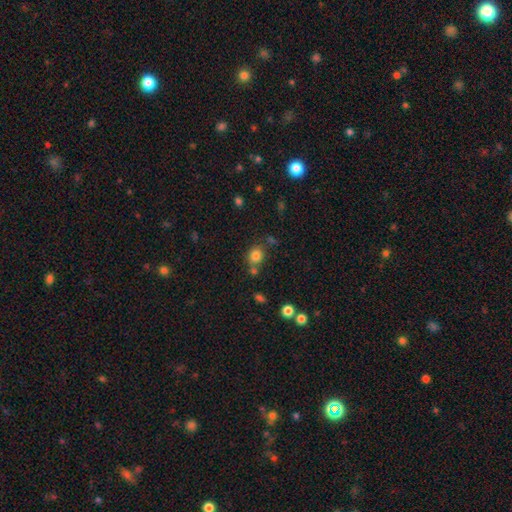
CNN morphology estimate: Smooth or featured? Predicted: smooth (p=0.80). How rounded? Predicted: round (p=0.70). Merging? Predicted: none (p=0.64).